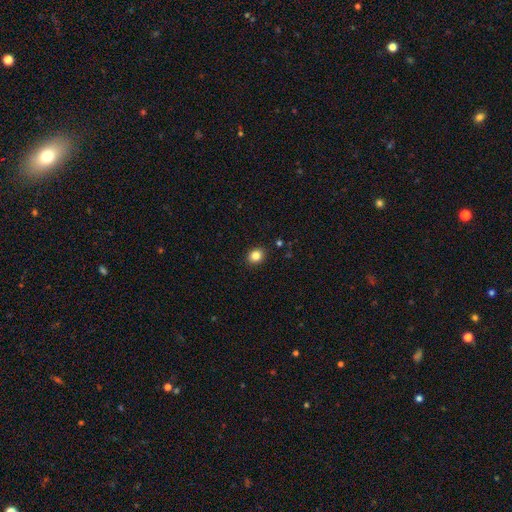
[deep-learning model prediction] Smooth or featured? Predicted: smooth (p=0.85). How rounded? Predicted: round (p=0.64). Merging? Predicted: none (p=0.91).